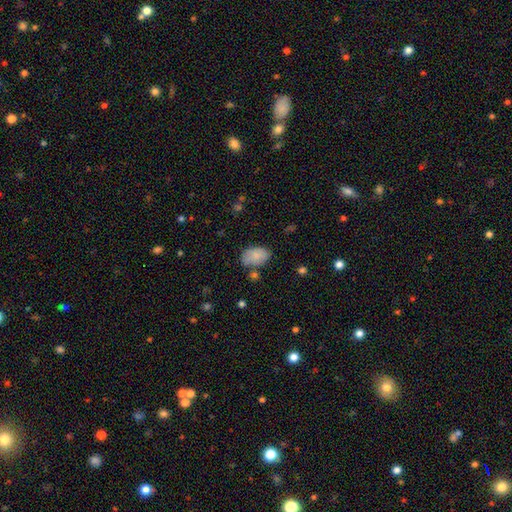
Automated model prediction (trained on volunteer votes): Smooth or featured? smooth (82%)
How rounded? in between (90%)
Merging? none (66%)